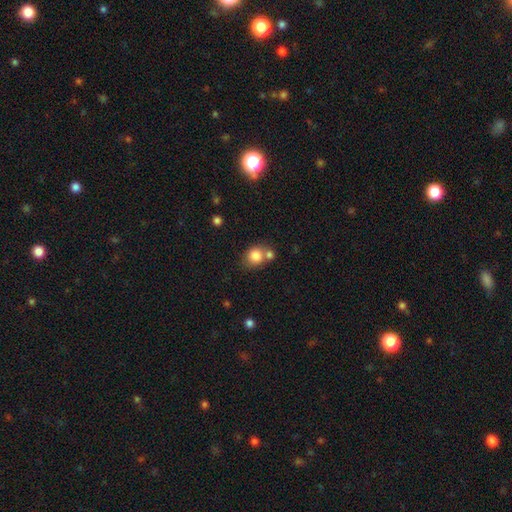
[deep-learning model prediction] Overall: smooth (83%). How rounded: round (70%). Merging: none (50%; merger 33%).